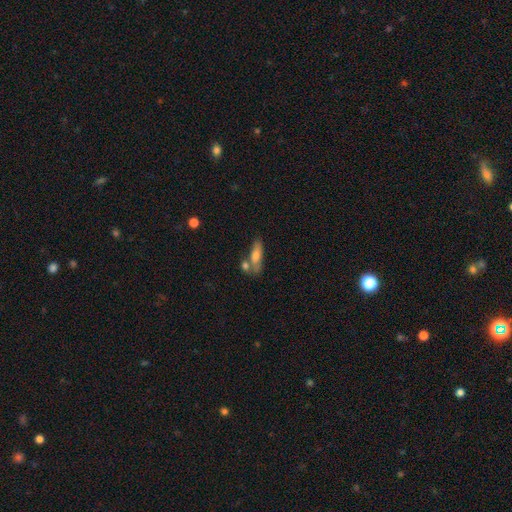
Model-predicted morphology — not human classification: smooth-or-featured: smooth: 60% | featured or disk: 31% | star or artifact: 9%
  how-rounded: cigar-shaped: 50% | in between: 47% | round: 4%
  merging: none: 55% | merger: 24% | minor disturbance: 15% | major disturbance: 6%